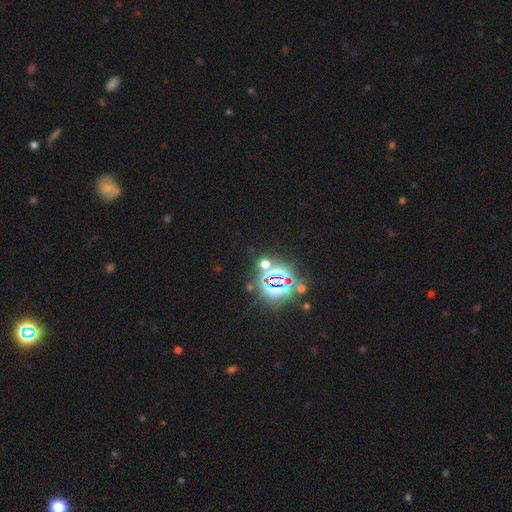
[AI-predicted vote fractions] star or artifact 83%, smooth 10%, featured or disk 7%.